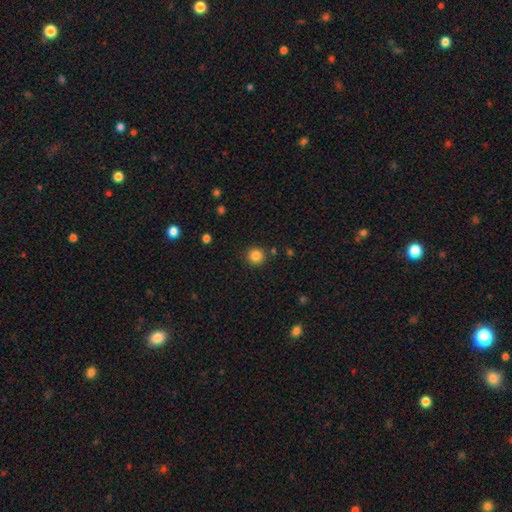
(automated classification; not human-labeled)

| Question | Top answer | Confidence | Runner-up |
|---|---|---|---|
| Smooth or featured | smooth | 85% | star or artifact (11%) |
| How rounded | round | 94% | in between (5%) |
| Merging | none | 89% | minor disturbance (6%) |